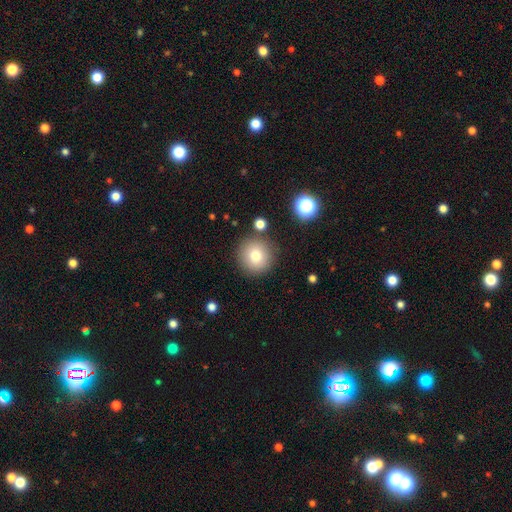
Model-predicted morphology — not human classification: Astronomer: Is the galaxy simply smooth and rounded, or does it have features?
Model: smooth — 78%.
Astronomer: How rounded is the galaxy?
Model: round — 95%.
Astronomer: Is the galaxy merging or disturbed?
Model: none — 86%.